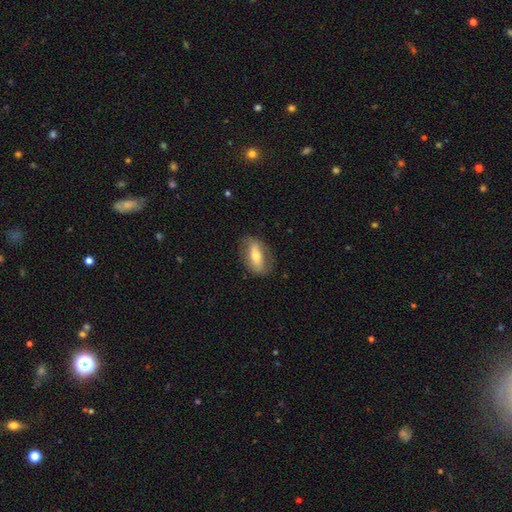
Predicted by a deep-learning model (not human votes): Morphology: type=smooth (48%); merging=none (76%).